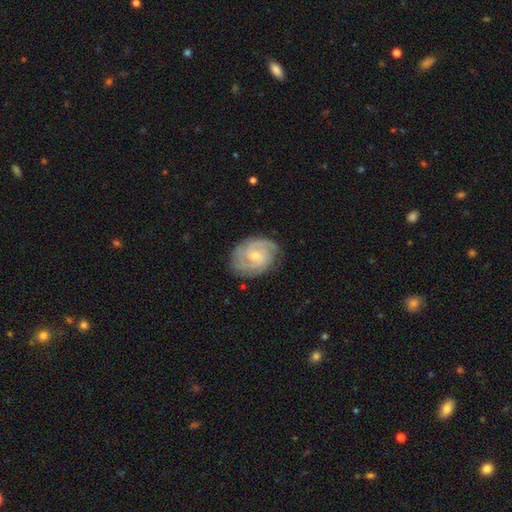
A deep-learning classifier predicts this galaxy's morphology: Smooth or featured? featured or disk (84%)
Edge-on disk? no (98%)
Bar? no (57%)
Spiral arms? yes (97%)
Spiral winding? tight (65%)
Spiral arm count? 3 (32%)
Bulge size? small (60%)
Merging? none (79%)